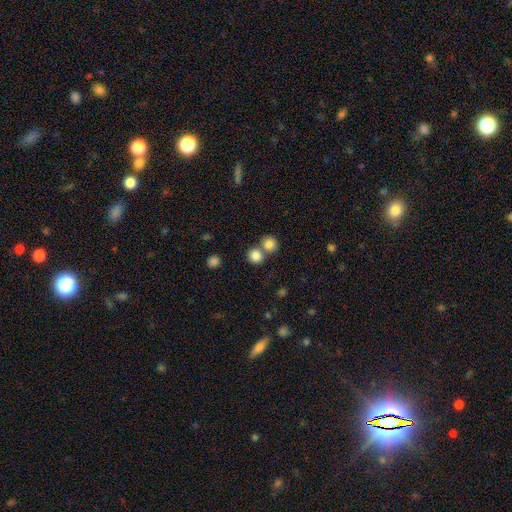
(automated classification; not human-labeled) Morphology: type=smooth (83%); roundness=round (88%); merging=none (57%).